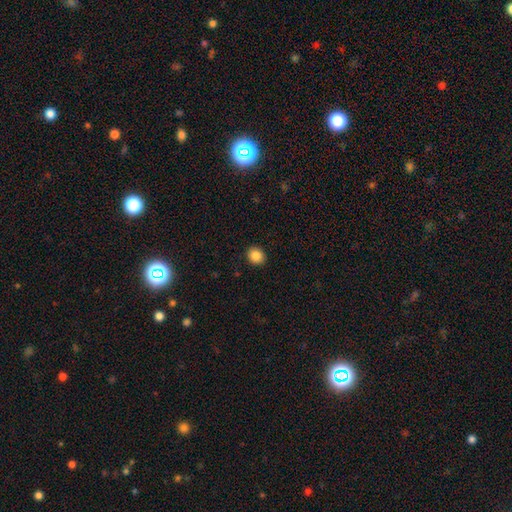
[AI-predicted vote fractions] The model was most divided on "how rounded": round: 75%, in between: 24%, cigar-shaped: 1%. More confident: merging — none (91%); smooth or featured — smooth (86%).